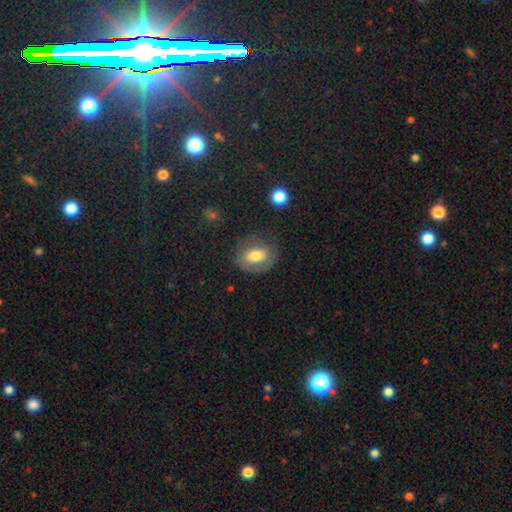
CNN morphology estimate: Smooth or featured?
  - smooth: 55% *
  - featured or disk: 37%
  - star or artifact: 8%
How rounded?
  - in between: 58% *
  - round: 40%
  - cigar-shaped: 2%
Merging?
  - none: 67% *
  - minor disturbance: 20%
  - major disturbance: 11%
  - merger: 2%